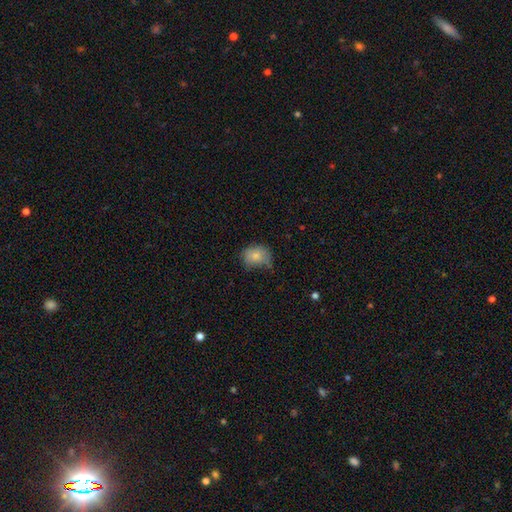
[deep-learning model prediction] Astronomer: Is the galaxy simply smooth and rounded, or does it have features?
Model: smooth — 81%.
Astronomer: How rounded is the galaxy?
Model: round — 52% (runner-up: in between, 48%).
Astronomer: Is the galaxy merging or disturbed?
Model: none — 54% (runner-up: minor disturbance, 34%).